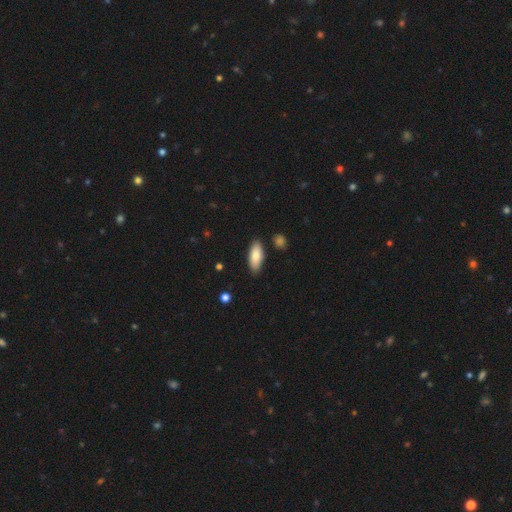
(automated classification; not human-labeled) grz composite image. It shows a smooth galaxy with no disk features (81%) that is in between round and cigar-shaped (80%). Merging: none (85%).